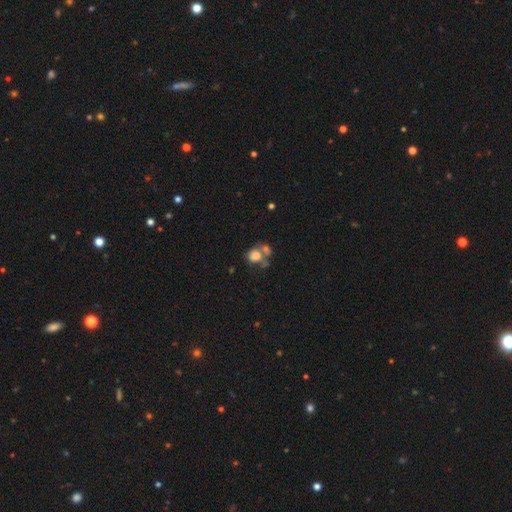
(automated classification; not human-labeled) smooth_or_featured: smooth (p=0.73) [alt: featured or disk p=0.16]
how_rounded: round (p=0.57) [alt: in between p=0.42]
merging: merger (p=0.50) [alt: none p=0.29]